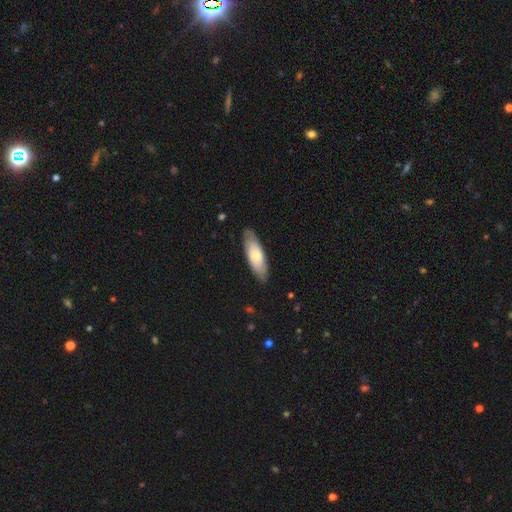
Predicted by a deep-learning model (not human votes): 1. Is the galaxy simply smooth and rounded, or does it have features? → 62% smooth, 33% featured or disk, 5% star or artifact.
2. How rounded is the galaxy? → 62% in between, 36% cigar-shaped, 2% round.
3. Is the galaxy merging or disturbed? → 83% none, 14% minor disturbance, 3% major disturbance, 1% merger.